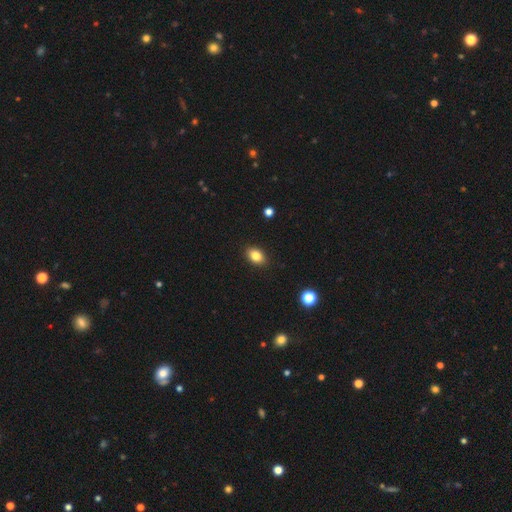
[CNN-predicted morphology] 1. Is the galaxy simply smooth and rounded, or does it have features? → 83% smooth, 10% star or artifact, 7% featured or disk.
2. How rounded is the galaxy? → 82% in between, 16% round, 1% cigar-shaped.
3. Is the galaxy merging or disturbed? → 89% none, 8% minor disturbance, 2% major disturbance, 1% merger.